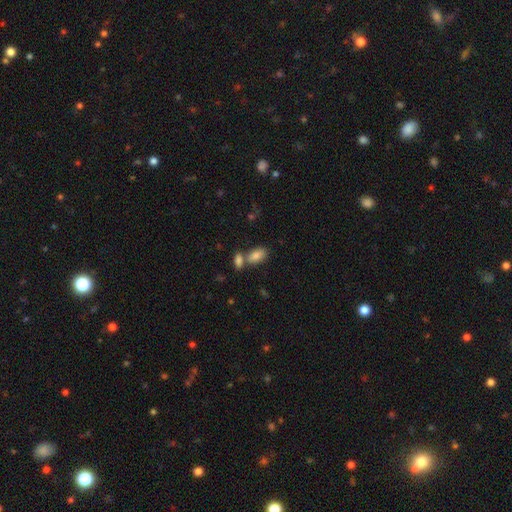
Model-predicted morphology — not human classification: Q: Smooth or featured?
A: smooth (84%); runner-up: featured or disk (8%)
Q: How rounded?
A: in between (92%); runner-up: round (5%)
Q: Merging?
A: none (50%); runner-up: merger (37%)